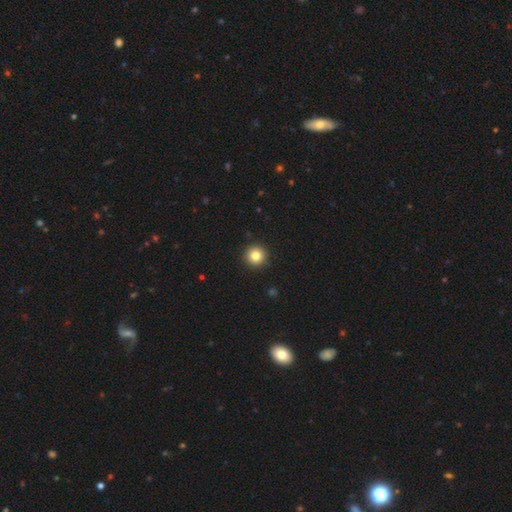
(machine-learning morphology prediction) Smooth or featured?
  - smooth: 82% *
  - star or artifact: 11%
  - featured or disk: 7%
How rounded?
  - round: 96% *
  - in between: 3%
  - cigar-shaped: 1%
Merging?
  - none: 93% *
  - minor disturbance: 4%
  - major disturbance: 2%
  - merger: 1%